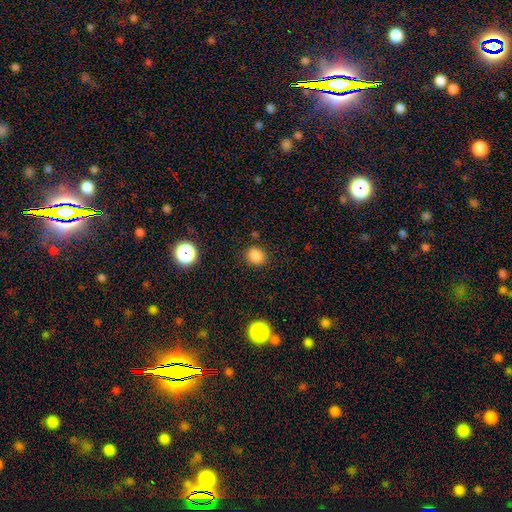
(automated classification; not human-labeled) smooth_or_featured: smooth (p=0.84) [alt: star or artifact p=0.13]
how_rounded: round (p=0.77) [alt: in between p=0.22]
merging: none (p=0.86) [alt: minor disturbance p=0.09]